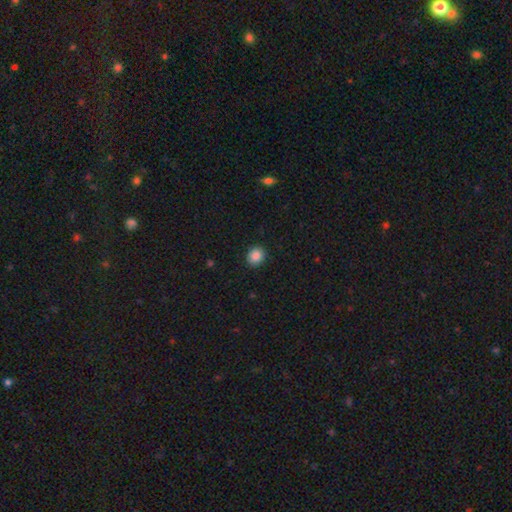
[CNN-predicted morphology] Smooth or featured? Predicted: smooth (p=0.87). How rounded? Predicted: round (p=0.66). Merging? Predicted: none (p=0.91).